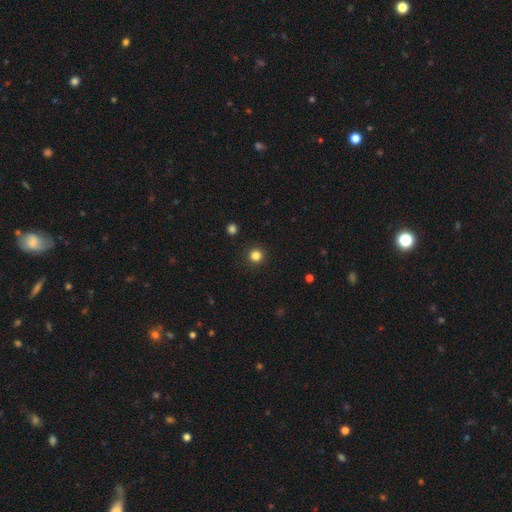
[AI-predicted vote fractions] Smooth or featured? Predicted: smooth (p=0.83). How rounded? Predicted: round (p=0.95). Merging? Predicted: none (p=0.92).